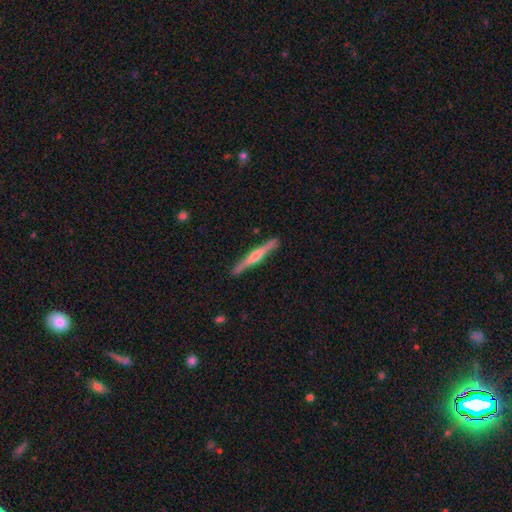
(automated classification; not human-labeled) Smooth or featured: featured or disk — 68% (smooth — 27%)
Edge-on disk: yes — 98% (no — 2%)
Edge-on bulge: rounded — 80% (none — 11%)
Merging: none — 90% (minor disturbance — 7%)